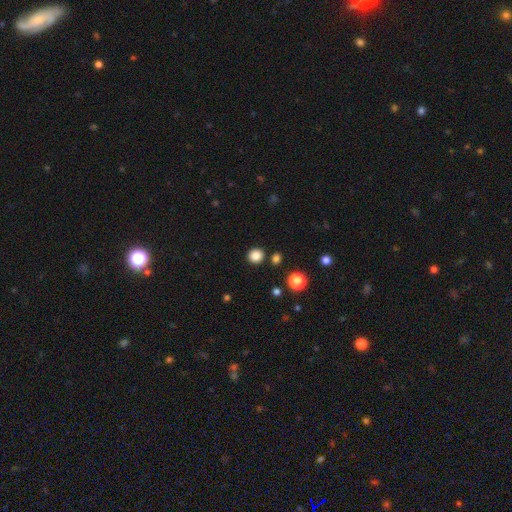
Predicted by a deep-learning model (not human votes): This appears to be a smooth galaxy with no disk features (85%) that is round (90%). Merging: none (88%).